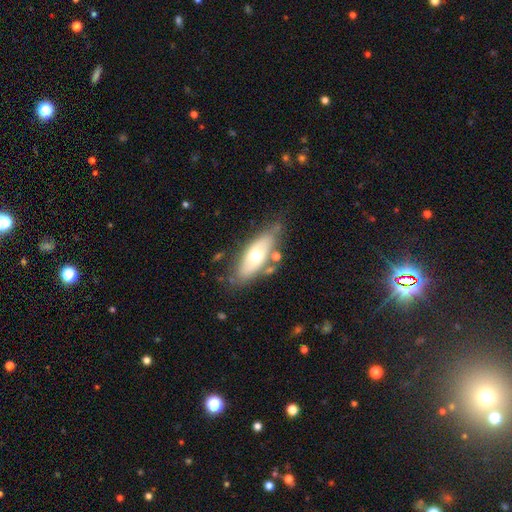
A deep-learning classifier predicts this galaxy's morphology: A smooth galaxy with no disk features (51%) that is in between round and cigar-shaped (75%).

Vote fractions:
- Smooth or featured? smooth: 51% / featured or disk: 43% / star or artifact: 6%
- How rounded? in between: 75% / cigar-shaped: 22% / round: 3%
- Merging? none: 68% / minor disturbance: 20% / merger: 7% / major disturbance: 6%